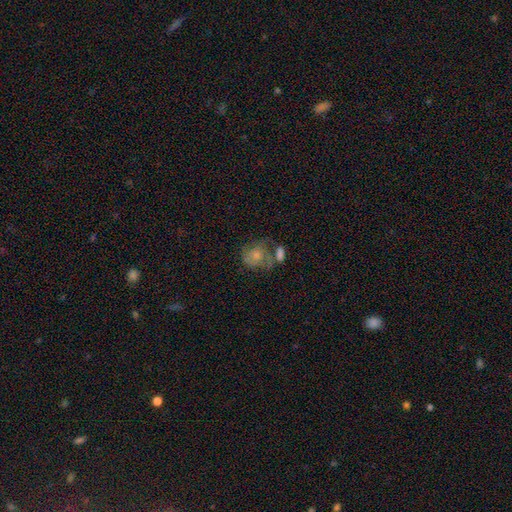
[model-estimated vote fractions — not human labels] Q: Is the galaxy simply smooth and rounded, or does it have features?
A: smooth — 59%.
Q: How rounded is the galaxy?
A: round — 61%.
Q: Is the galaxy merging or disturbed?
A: none — 35%.